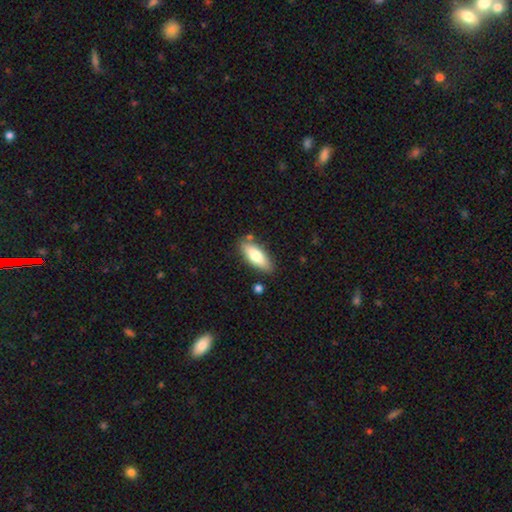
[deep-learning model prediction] smooth_or_featured: smooth (p=0.74) [alt: featured or disk p=0.21]
how_rounded: in between (p=0.69) [alt: cigar-shaped p=0.29]
merging: none (p=0.82) [alt: minor disturbance p=0.12]